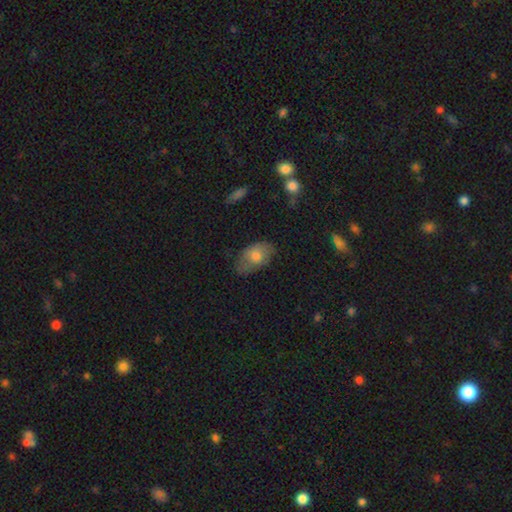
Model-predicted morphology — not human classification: Q: Smooth or featured?
A: smooth (69%); runner-up: featured or disk (24%)
Q: How rounded?
A: in between (89%); runner-up: round (9%)
Q: Merging?
A: none (65%); runner-up: minor disturbance (27%)